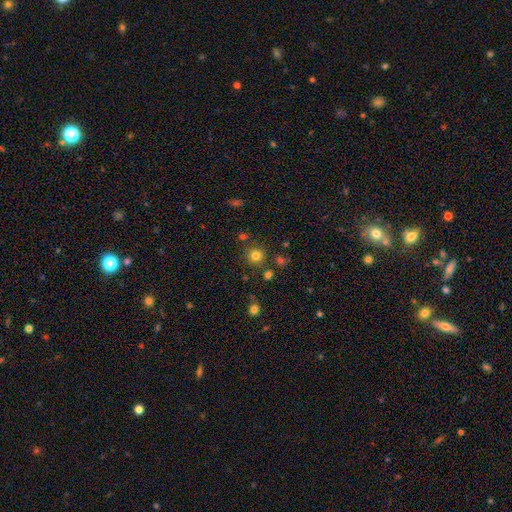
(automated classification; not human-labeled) A smooth galaxy with no disk features (79%) that is round (92%). Merging: none (84%).